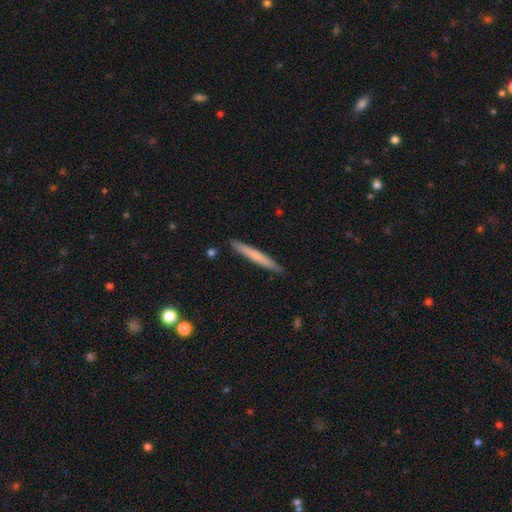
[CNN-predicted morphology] Smooth or featured?
  - smooth: 66% *
  - featured or disk: 28%
  - star or artifact: 6%
How rounded?
  - cigar-shaped: 96% *
  - in between: 3%
  - round: 1%
Merging?
  - none: 90% *
  - minor disturbance: 7%
  - major disturbance: 1%
  - merger: 1%